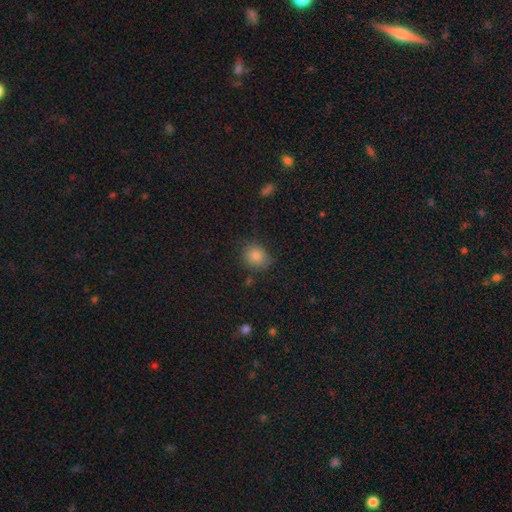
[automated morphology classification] Smooth or featured: smooth — 83% (star or artifact — 11%)
How rounded: round — 70% (in between — 29%)
Merging: none — 76% (minor disturbance — 18%)